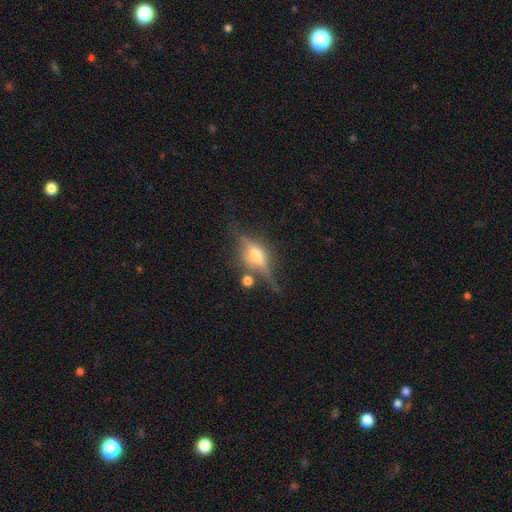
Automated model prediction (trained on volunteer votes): Smooth or featured? Predicted: featured or disk (p=0.77). Edge-on disk? Predicted: yes (p=0.95). Edge-on bulge? Predicted: rounded (p=0.89). Merging? Predicted: none (p=0.75).